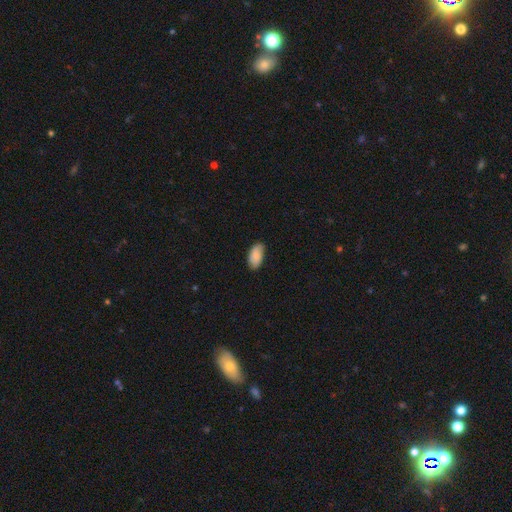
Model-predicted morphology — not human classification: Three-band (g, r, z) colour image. It shows a smooth galaxy with no disk features (84%) that is in between round and cigar-shaped (94%). Merging: none (81%).